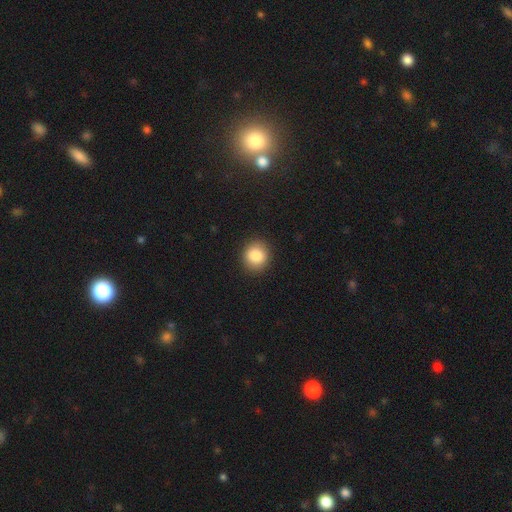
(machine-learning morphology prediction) Overall: smooth (85%). How rounded: round (81%). Merging: none (90%).